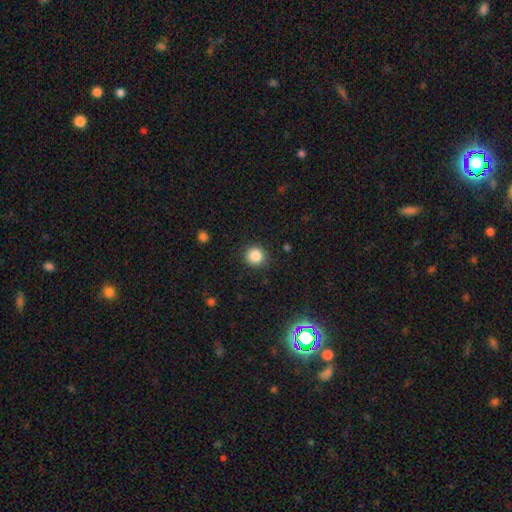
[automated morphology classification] Smooth or featured?
  - smooth: 85% *
  - star or artifact: 11%
  - featured or disk: 4%
How rounded?
  - round: 91% *
  - in between: 8%
  - cigar-shaped: 1%
Merging?
  - none: 89% *
  - minor disturbance: 8%
  - major disturbance: 2%
  - merger: 1%